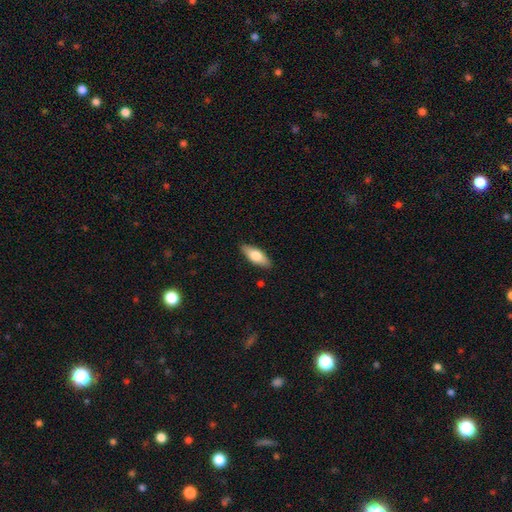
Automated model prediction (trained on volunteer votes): Morphology: type=smooth (71%); roundness=in between (72%); merging=none (88%).